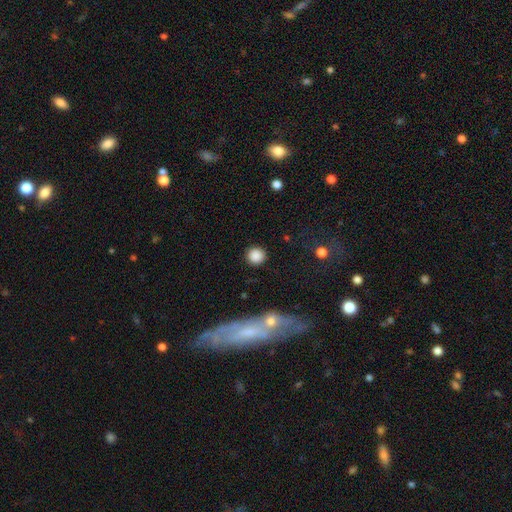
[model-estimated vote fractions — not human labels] Morphology: type=smooth (86%); roundness=round (93%); merging=none (88%).